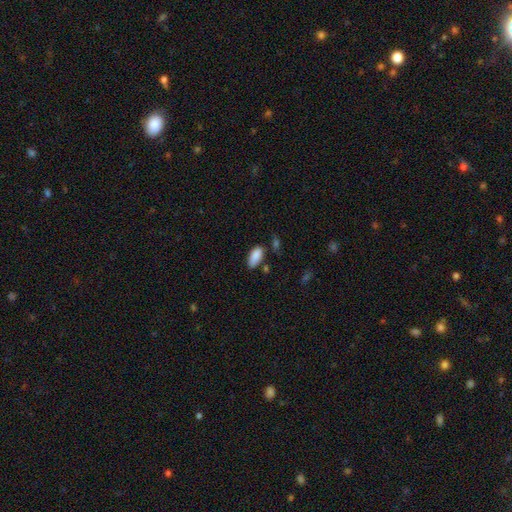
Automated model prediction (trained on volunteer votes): smooth_or_featured: smooth (p=0.88) [alt: star or artifact p=0.07]
how_rounded: in between (p=0.91) [alt: cigar-shaped p=0.07]
merging: none (p=0.68) [alt: minor disturbance p=0.21]